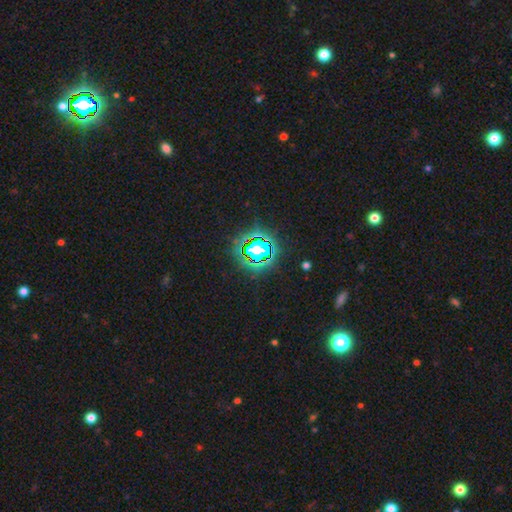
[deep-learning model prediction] smooth-or-featured: star or artifact: 81% | smooth: 12% | featured or disk: 7%